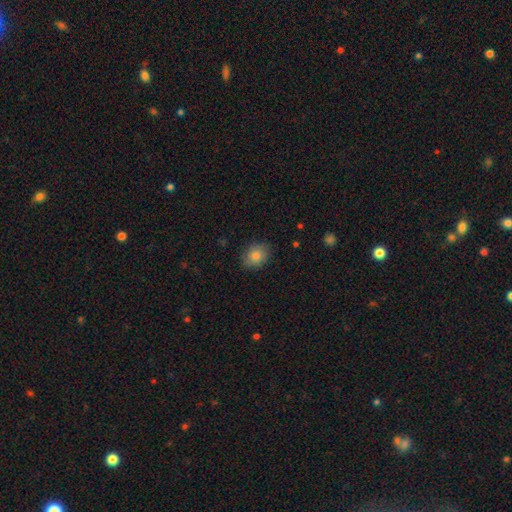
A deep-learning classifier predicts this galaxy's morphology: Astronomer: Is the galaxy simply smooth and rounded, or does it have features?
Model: smooth — 81%.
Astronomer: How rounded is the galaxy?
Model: round — 50% (runner-up: in between, 49%).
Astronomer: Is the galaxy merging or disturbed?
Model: none — 83%.